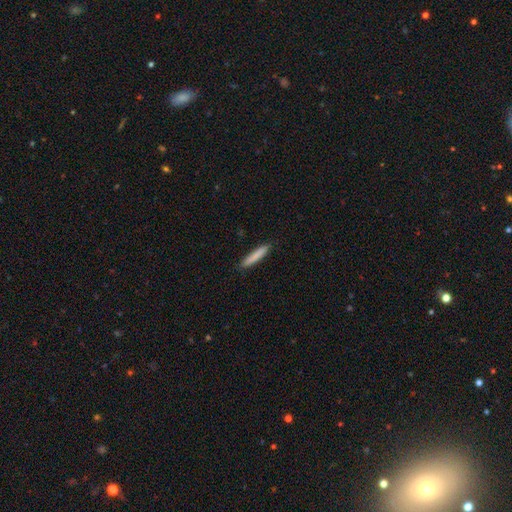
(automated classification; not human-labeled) The model was most divided on "smooth or featured": smooth: 83%, featured or disk: 11%, star or artifact: 6%. More confident: how rounded — cigar-shaped (93%); merging — none (89%).